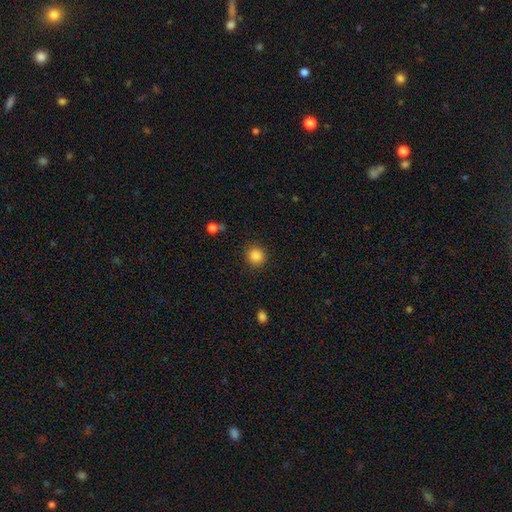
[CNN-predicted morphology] Overall: smooth (87%). How rounded: round (92%). Merging: none (89%).